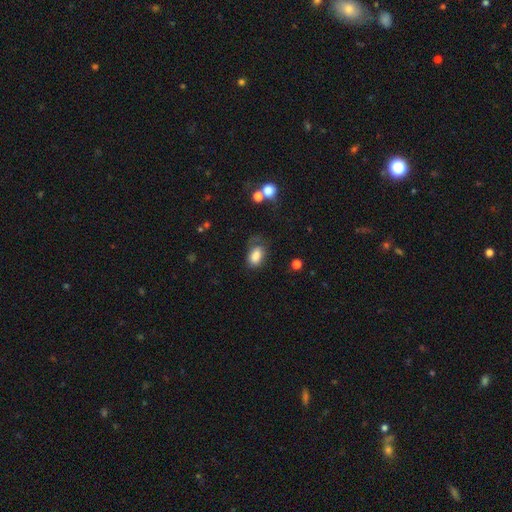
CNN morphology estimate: type=smooth (82%); roundness=in between (89%); merging=none (52%).